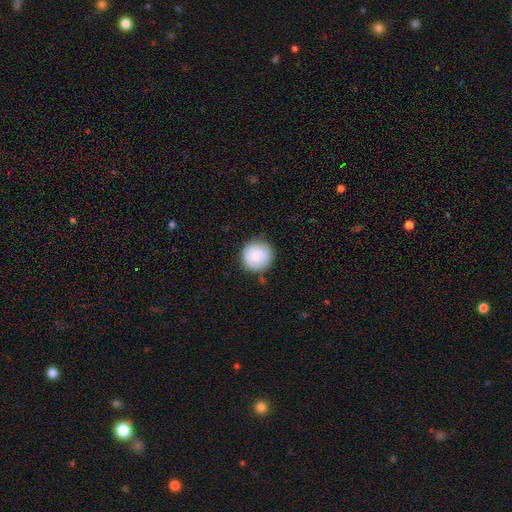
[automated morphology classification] smooth-or-featured: smooth: 71% | featured or disk: 22% | star or artifact: 7%
  how-rounded: round: 94% | in between: 5% | cigar-shaped: 1%
  merging: none: 81% | minor disturbance: 14% | major disturbance: 3% | merger: 2%